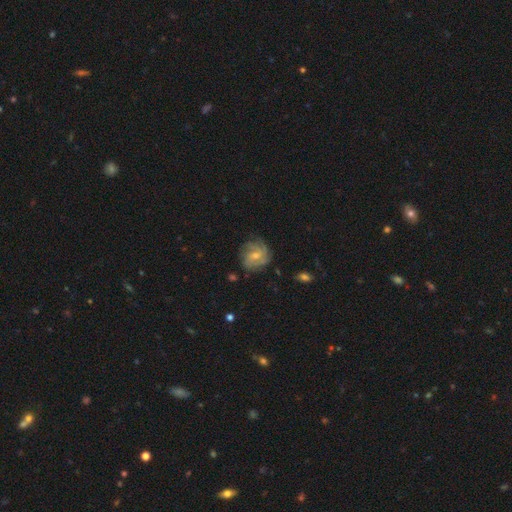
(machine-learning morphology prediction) smooth-or-featured: featured or disk: 65% | smooth: 27% | star or artifact: 8%
  disk-edge-on: no: 97% | yes: 3%
    bar: no: 47% | weak: 46% | strong: 7%
    has-spiral-arms: yes: 88% | no: 12%
      spiral-winding: tight: 50% | medium: 35% | loose: 14%
      spiral-arm-count: can't tell: 41% | 3: 20% | 2: 16% | 4: 13% | more than 4: 5% | 1: 5%
    bulge-size: small: 50% | moderate: 43% | none: 4% | large: 2% | dominant: 1%
  merging: none: 71% | minor disturbance: 19% | major disturbance: 8% | merger: 2%